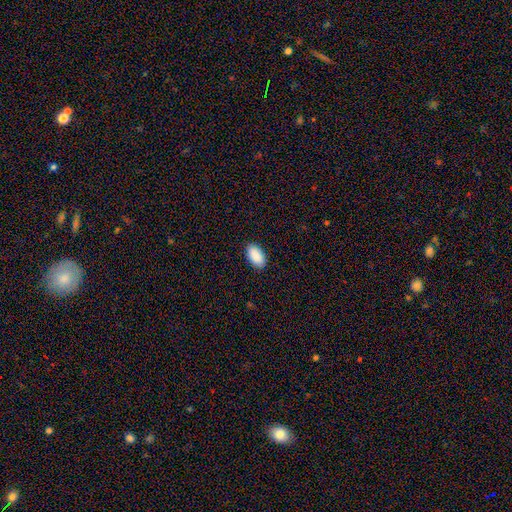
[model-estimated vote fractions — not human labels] Smooth or featured: smooth — 91% (star or artifact — 6%)
How rounded: in between — 96% (round — 3%)
Merging: none — 90% (minor disturbance — 8%)